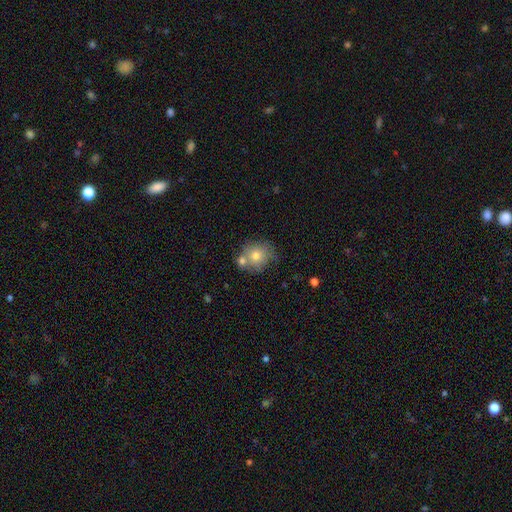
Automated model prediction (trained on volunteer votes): Smooth or featured? smooth (71%)
How rounded? round (82%)
Merging? none (53%)